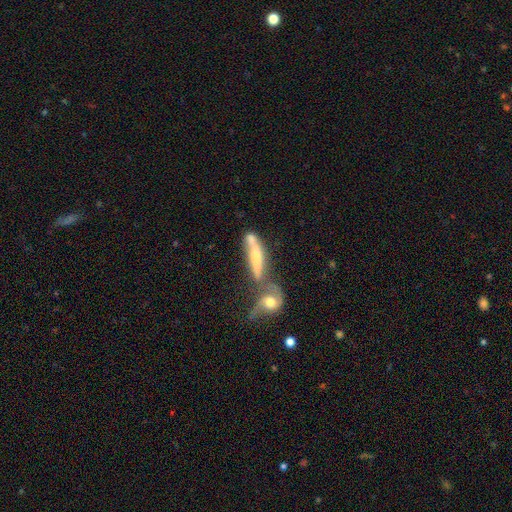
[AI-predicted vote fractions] Overall: featured or disk (51%; smooth 41%). Edge-on disk: yes (62%; no 38%). Merging: merger (54%; none 25%).